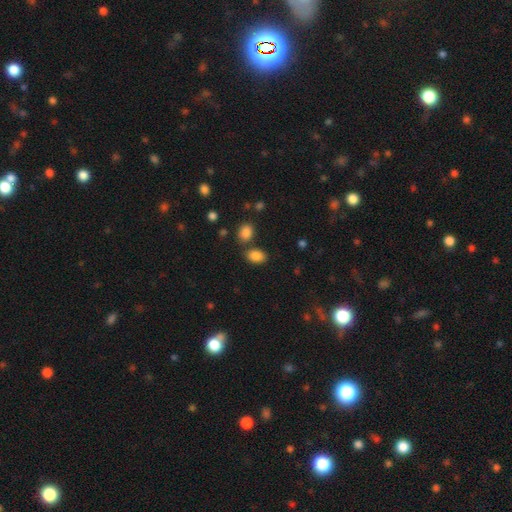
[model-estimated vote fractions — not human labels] Overall: smooth (85%). How rounded: in between (82%). Merging: none (70%).